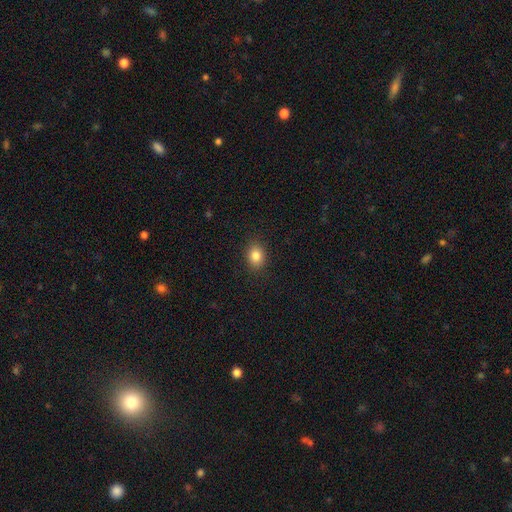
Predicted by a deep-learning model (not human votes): A smooth galaxy with no disk features (84%) that is in between round and cigar-shaped (58%). Merging: none (89%).